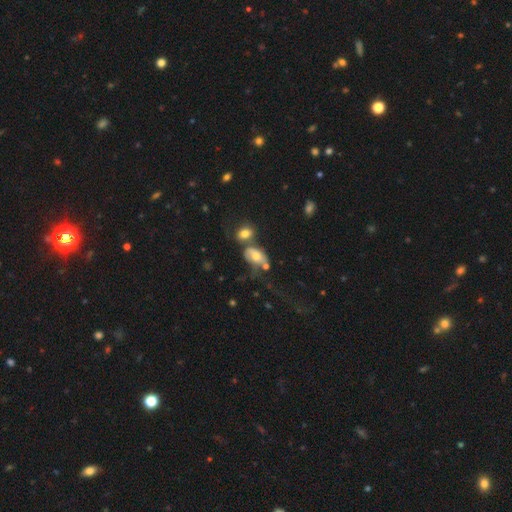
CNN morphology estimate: smooth 59%, featured or disk 31%, star or artifact 10%. Down the decision tree: how rounded — in between (85%); merging — merger (44%).